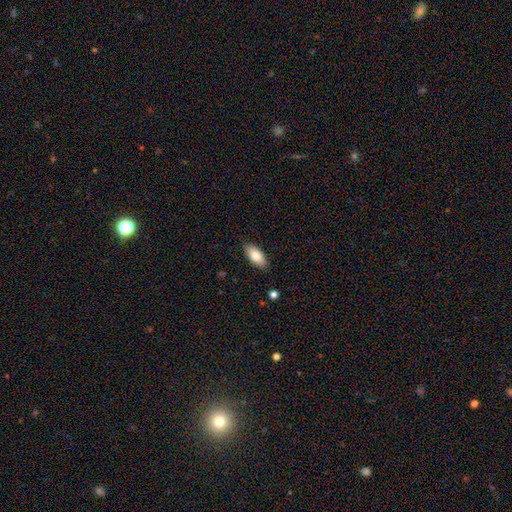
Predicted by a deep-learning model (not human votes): The model was most divided on "smooth or featured": smooth: 82%, featured or disk: 12%, star or artifact: 6%. More confident: how rounded — in between (89%); merging — none (87%).